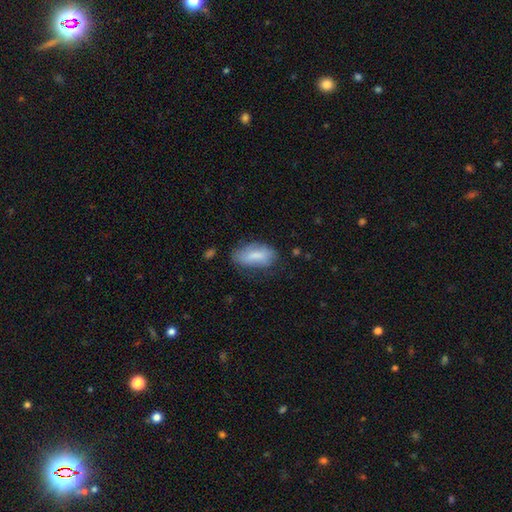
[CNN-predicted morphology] smooth_or_featured: smooth (p=0.76) [alt: featured or disk p=0.18]
how_rounded: in between (p=0.90) [alt: cigar-shaped p=0.07]
merging: none (p=0.60) [alt: minor disturbance p=0.28]